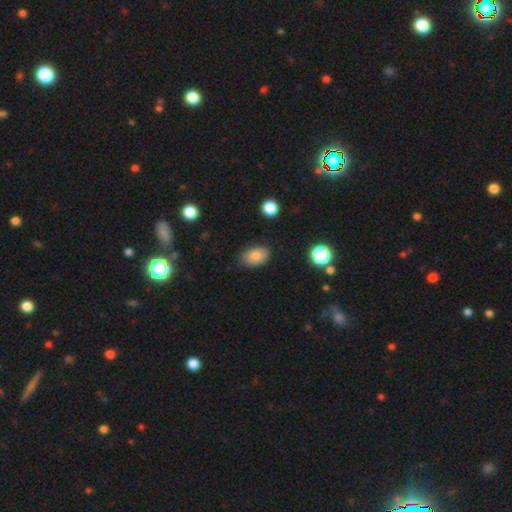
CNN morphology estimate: type=smooth (80%); roundness=in between (85%); merging=none (78%).